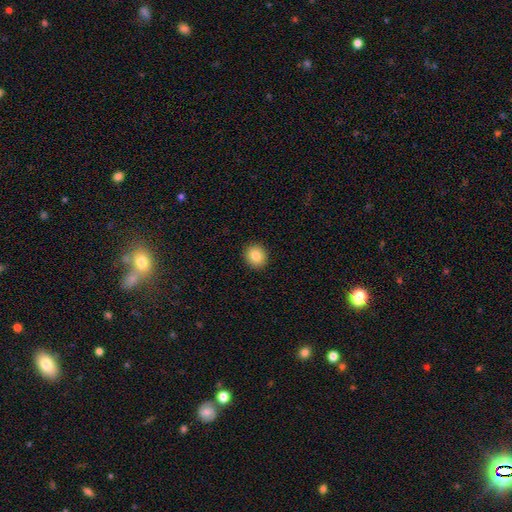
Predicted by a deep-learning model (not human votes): A smooth galaxy with no disk features (84%) that is round (83%). Merging: none (92%).